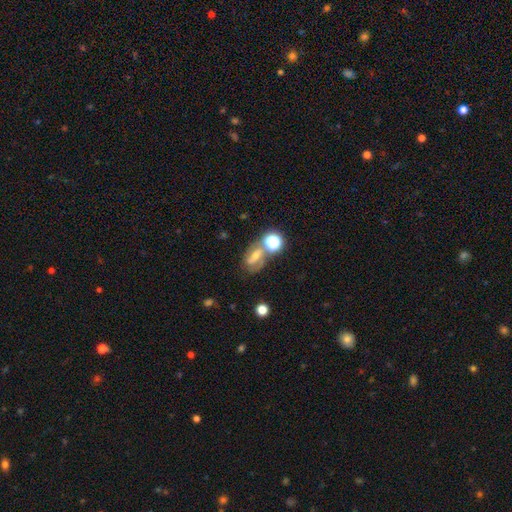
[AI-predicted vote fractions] Smooth or featured?
  - featured or disk: 47% *
  - smooth: 28%
  - star or artifact: 24%
Merging?
  - none: 52% *
  - merger: 22%
  - minor disturbance: 16%
  - major disturbance: 10%